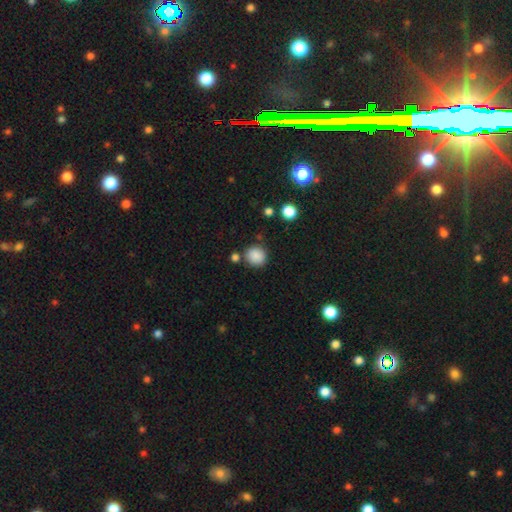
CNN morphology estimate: smooth-or-featured: smooth: 87% | star or artifact: 9% | featured or disk: 4%
  how-rounded: round: 87% | in between: 12% | cigar-shaped: 1%
  merging: none: 79% | minor disturbance: 10% | merger: 7% | major disturbance: 3%